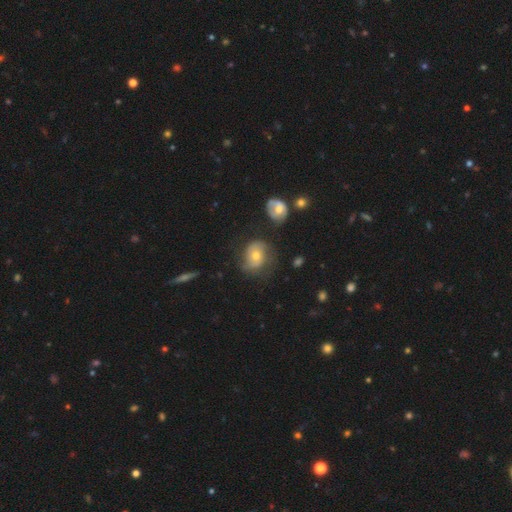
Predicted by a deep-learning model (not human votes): Overall: featured or disk (51%; smooth 39%). Edge-on disk: no (95%). Merging: none (58%; minor disturbance 25%).